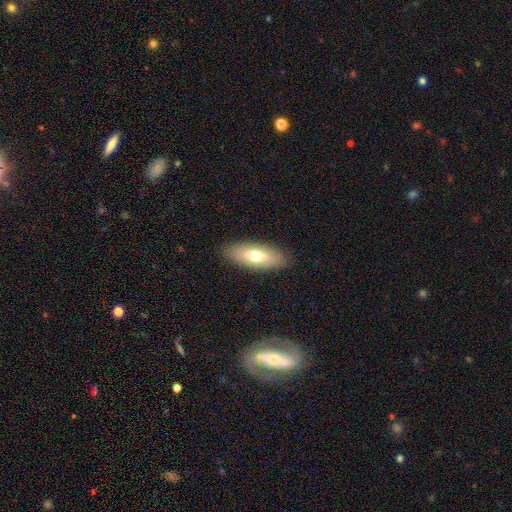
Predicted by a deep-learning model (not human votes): A smooth galaxy with no disk features (67%) that is in between round and cigar-shaped (74%).

Vote fractions:
- Smooth or featured? smooth: 67% / featured or disk: 27% / star or artifact: 6%
- How rounded? in between: 74% / cigar-shaped: 24% / round: 3%
- Merging? none: 88% / minor disturbance: 9% / major disturbance: 2% / merger: 1%